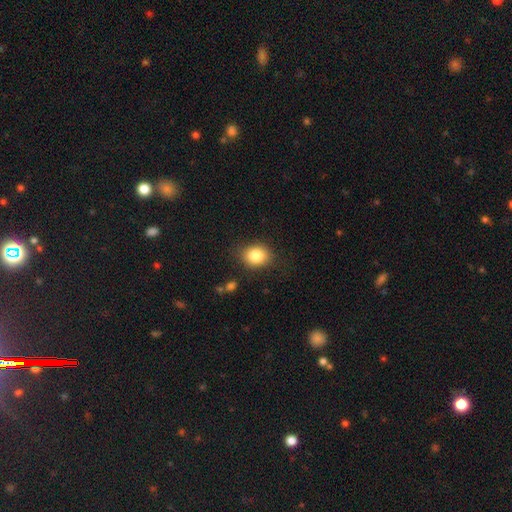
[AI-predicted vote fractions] This appears to be a smooth galaxy with no disk features (84%) that is round (51%). Merging: none (82%).